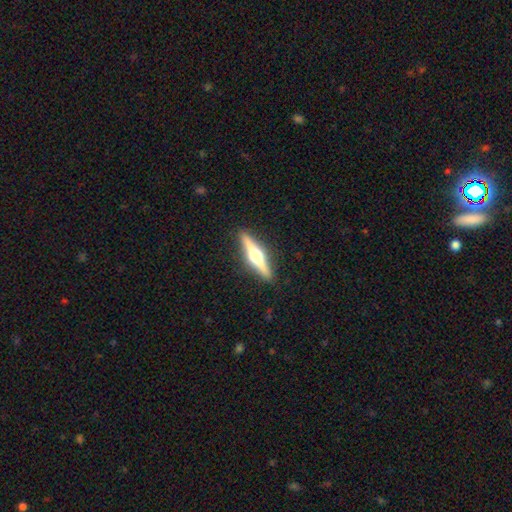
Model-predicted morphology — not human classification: type=featured or disk (74%); edge-on=yes (98%); edge-on bulge=rounded (96%); merging=none (91%).